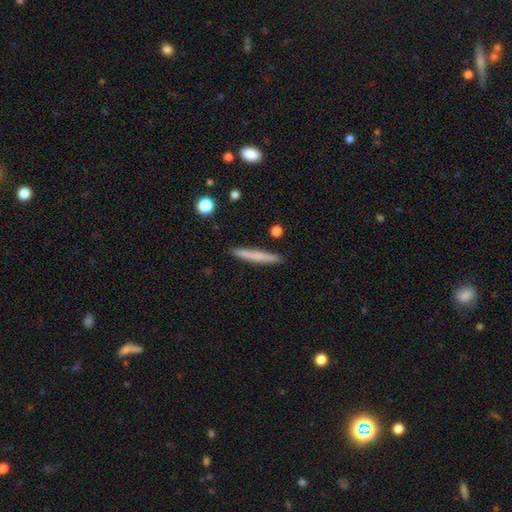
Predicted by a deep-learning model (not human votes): smooth-or-featured: smooth: 70% | featured or disk: 24% | star or artifact: 6%
  how-rounded: cigar-shaped: 96% | in between: 3% | round: 1%
  merging: none: 90% | minor disturbance: 7% | merger: 2% | major disturbance: 1%